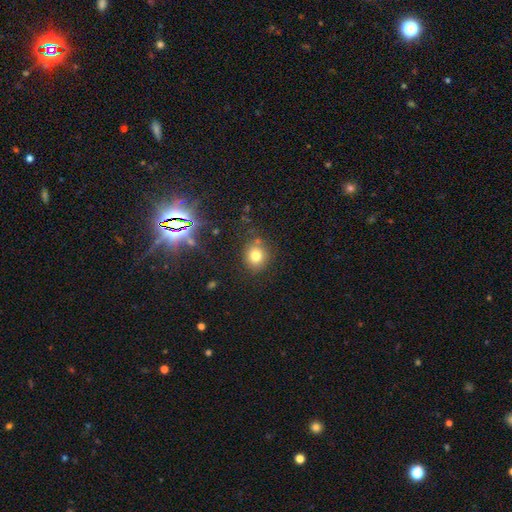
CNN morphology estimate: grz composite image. It shows a smooth galaxy with no disk features (77%) that is round (80%). Merging: none (79%).